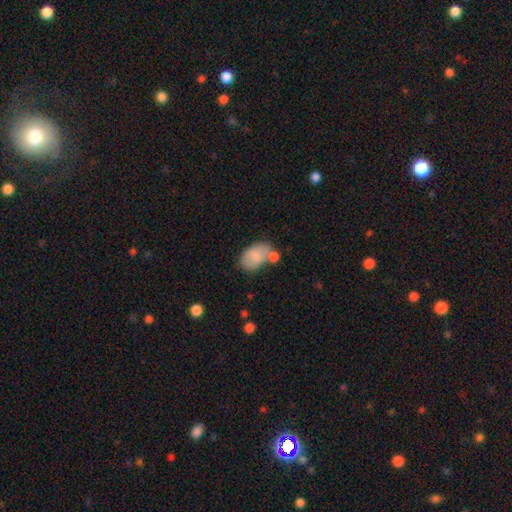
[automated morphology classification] Smooth or featured?
  - smooth: 76% *
  - featured or disk: 17%
  - star or artifact: 7%
How rounded?
  - in between: 90% *
  - round: 9%
  - cigar-shaped: 1%
Merging?
  - none: 45% *
  - merger: 26%
  - minor disturbance: 21%
  - major disturbance: 8%